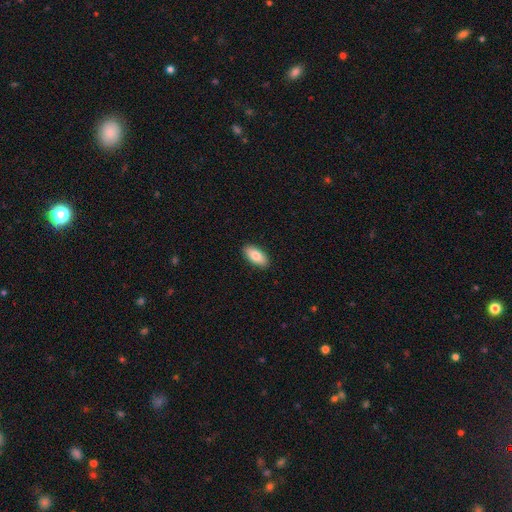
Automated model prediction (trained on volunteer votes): Morphology: type=smooth (83%); roundness=in between (90%); merging=none (91%).